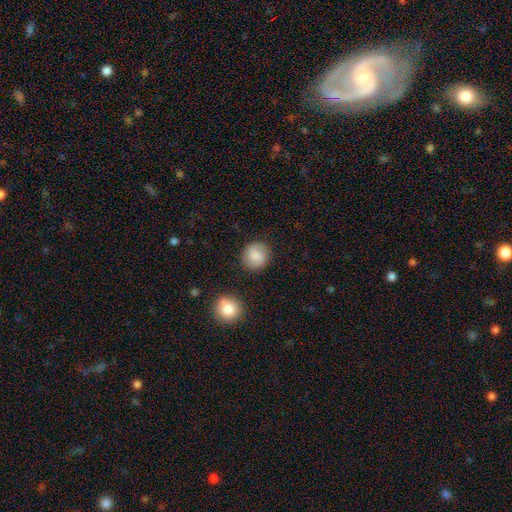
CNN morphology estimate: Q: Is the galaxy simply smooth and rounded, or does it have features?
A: smooth — 74%.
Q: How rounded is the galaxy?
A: round — 86%.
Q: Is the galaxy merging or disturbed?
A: none — 85%.